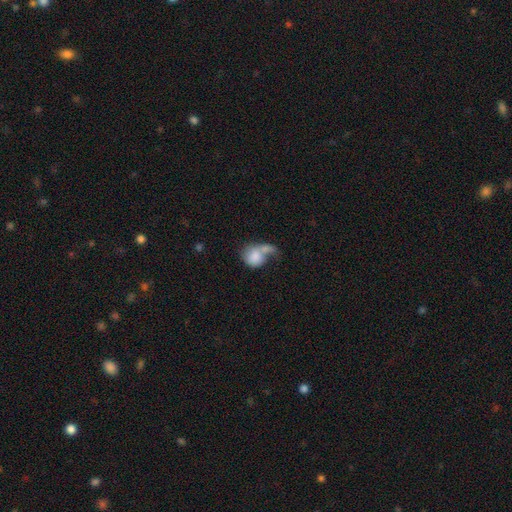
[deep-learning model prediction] A smooth galaxy with no disk features (70%) that is round (56%).

Vote fractions:
- Smooth or featured? smooth: 70% / featured or disk: 22% / star or artifact: 7%
- How rounded? round: 56% / in between: 43% / cigar-shaped: 2%
- Merging? merger: 45% / major disturbance: 25% / none: 18% / minor disturbance: 12%